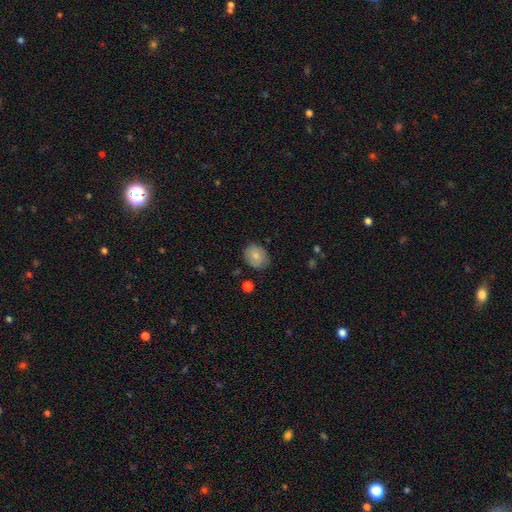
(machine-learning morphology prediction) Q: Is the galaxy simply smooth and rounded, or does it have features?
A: smooth — 78%.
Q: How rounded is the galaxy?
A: round — 58%.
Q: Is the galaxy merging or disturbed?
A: none — 77%.